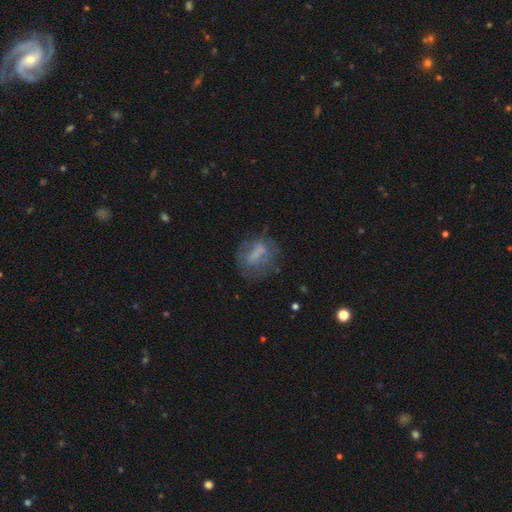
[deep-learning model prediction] Smooth or featured? smooth (47%)
Merging? none (58%)